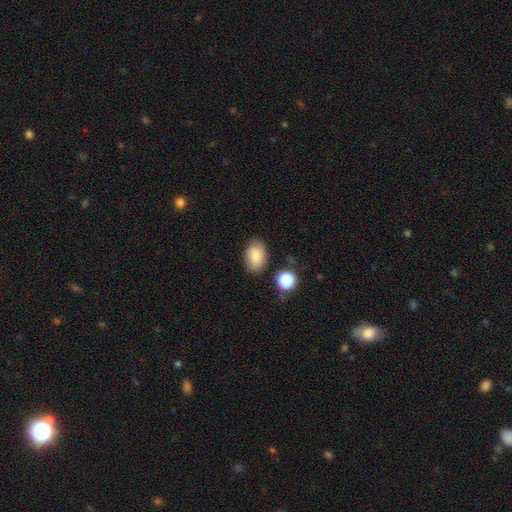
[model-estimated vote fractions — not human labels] Smooth or featured? smooth (82%)
How rounded? in between (81%)
Merging? none (80%)